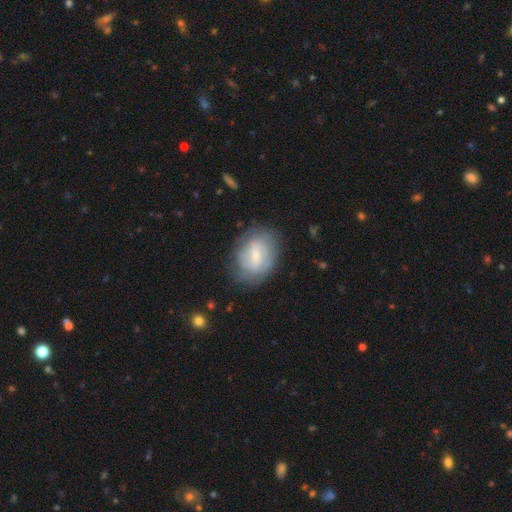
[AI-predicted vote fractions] A featured or disk galaxy (55%) with a weak bar (58%), spiral arms (67%) and a small central bulge (59%). Merging: none (73%).